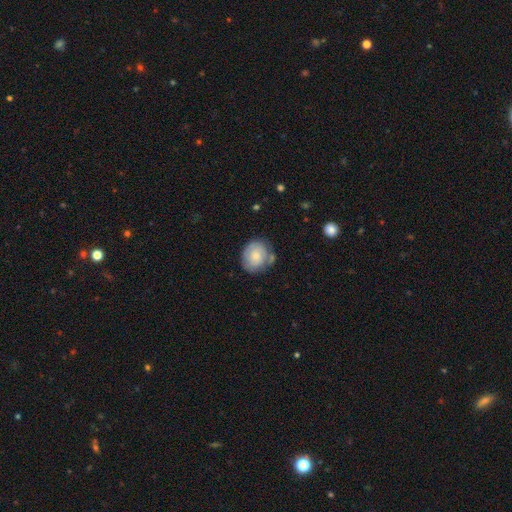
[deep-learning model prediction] This appears to be a smooth galaxy with no disk features (66%) that is round (66%). Merging: none (62%).